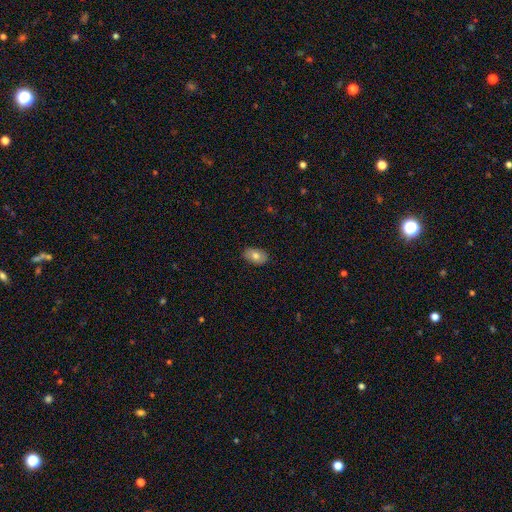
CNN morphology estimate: Smooth or featured? smooth (75%)
How rounded? in between (90%)
Merging? none (87%)